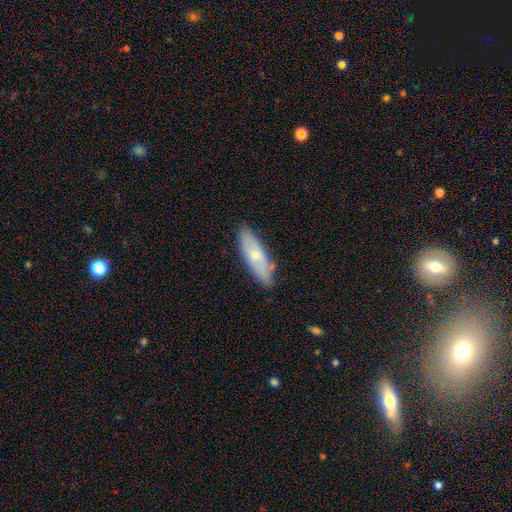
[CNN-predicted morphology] This appears to be a smooth galaxy with no disk features (60%) that is in between round and cigar-shaped (50%). Merging: none (80%).